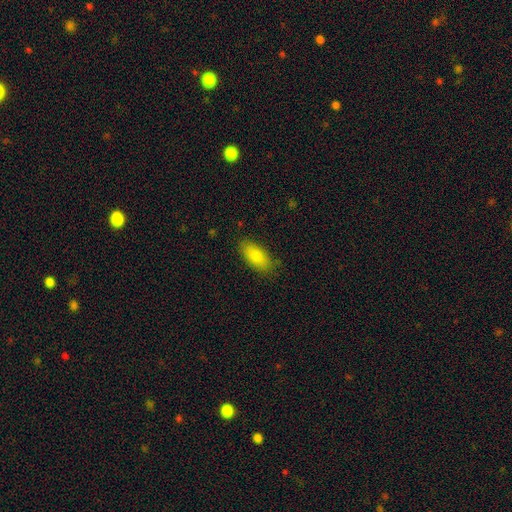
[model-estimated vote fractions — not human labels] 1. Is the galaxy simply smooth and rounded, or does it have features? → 85% smooth, 9% featured or disk, 7% star or artifact.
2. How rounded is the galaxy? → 88% in between, 9% cigar-shaped, 2% round.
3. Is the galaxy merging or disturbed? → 83% none, 13% minor disturbance, 3% major disturbance, 1% merger.